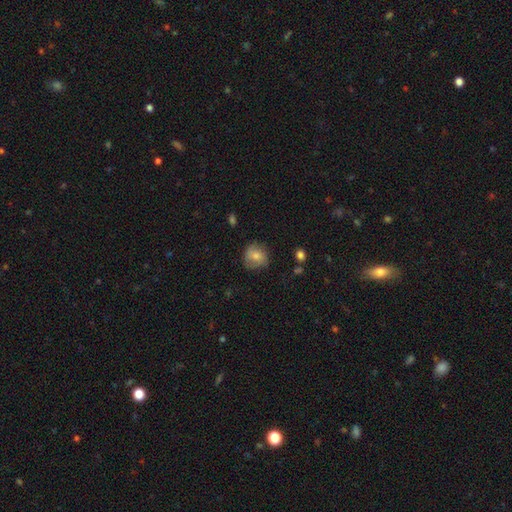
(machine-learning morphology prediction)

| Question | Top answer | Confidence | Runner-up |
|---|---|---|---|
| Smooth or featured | smooth | 74% | featured or disk (18%) |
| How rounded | round | 82% | in between (17%) |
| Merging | none | 68% | minor disturbance (24%) |